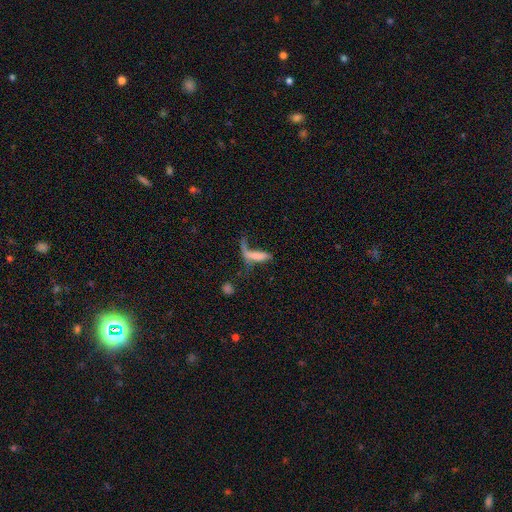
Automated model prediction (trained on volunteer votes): Smooth or featured? smooth (55%)
How rounded? cigar-shaped (61%)
Merging? major disturbance (46%)